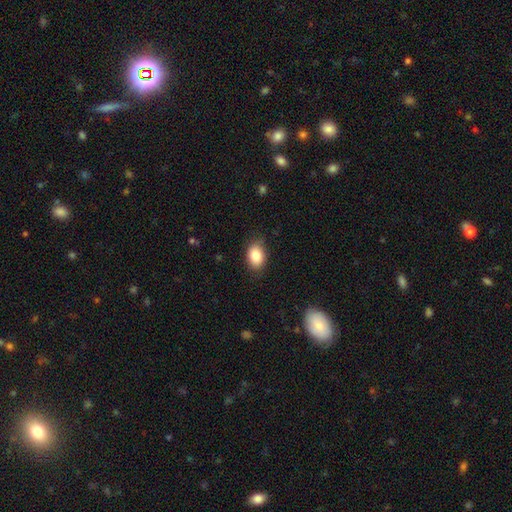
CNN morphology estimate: A smooth galaxy with no disk features (85%) that is in between round and cigar-shaped (82%).

Vote fractions:
- Smooth or featured? smooth: 85% / star or artifact: 8% / featured or disk: 7%
- How rounded? in between: 82% / round: 17% / cigar-shaped: 1%
- Merging? none: 81% / minor disturbance: 15% / major disturbance: 3% / merger: 1%